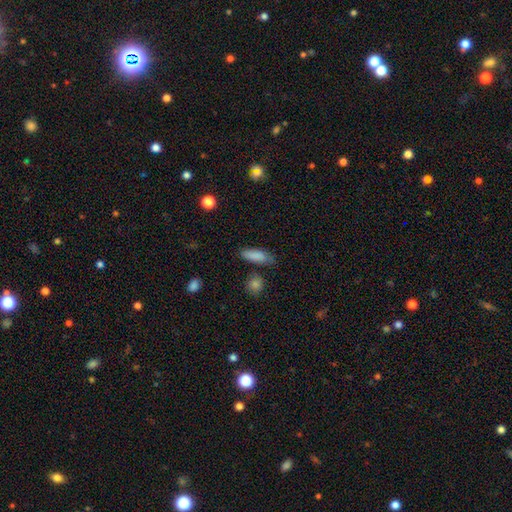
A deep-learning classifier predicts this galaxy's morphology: Smooth or featured: smooth — 86% (star or artifact — 7%)
How rounded: in between — 61% (cigar-shaped — 36%)
Merging: none — 76% (minor disturbance — 16%)